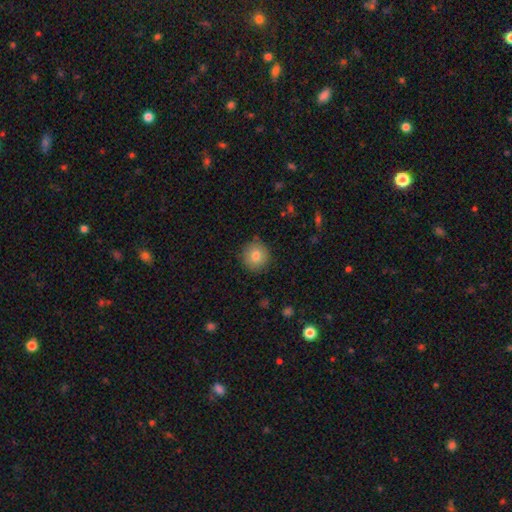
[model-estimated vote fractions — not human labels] A smooth galaxy with no disk features (79%) that is round (92%).

Vote fractions:
- Smooth or featured? smooth: 79% / featured or disk: 11% / star or artifact: 9%
- How rounded? round: 92% / in between: 7% / cigar-shaped: 1%
- Merging? none: 87% / minor disturbance: 10% / major disturbance: 2% / merger: 1%